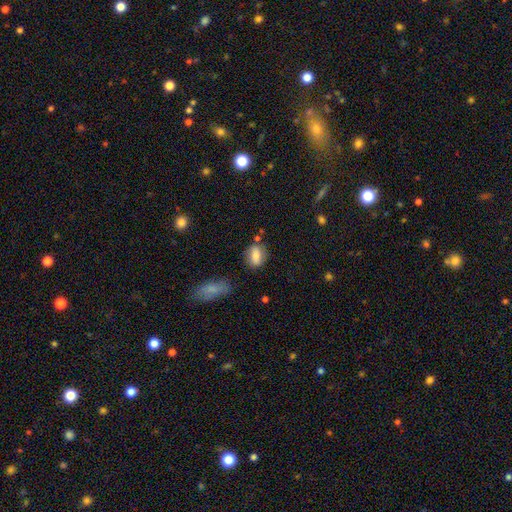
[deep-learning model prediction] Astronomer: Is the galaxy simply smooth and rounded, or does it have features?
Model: smooth — 70%.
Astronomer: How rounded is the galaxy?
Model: in between — 71%.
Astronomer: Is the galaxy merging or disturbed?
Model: none — 72%.